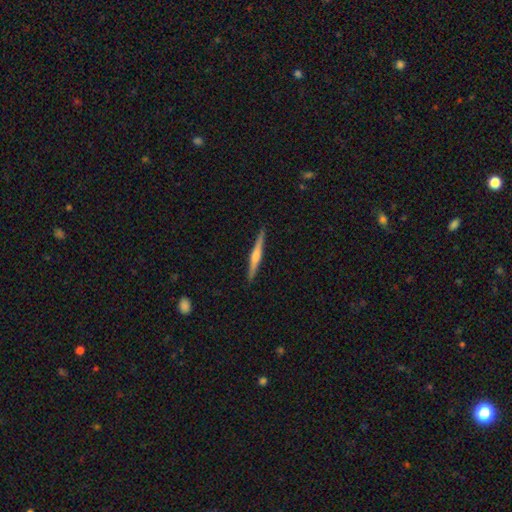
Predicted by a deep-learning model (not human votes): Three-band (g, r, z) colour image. It shows a featured or disk galaxy (70%) viewed edge-on (98%) with a rounded central bulge (83%). Merging: none (92%).